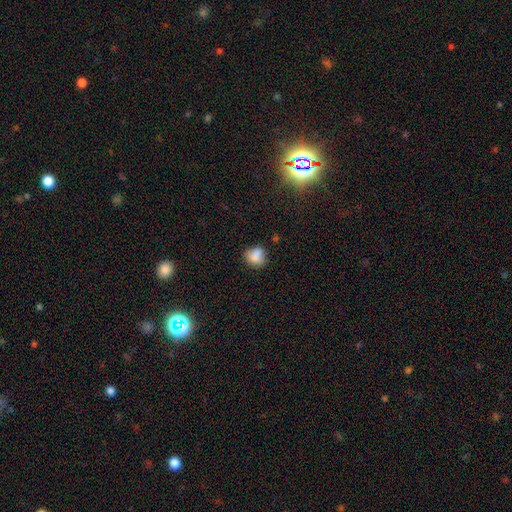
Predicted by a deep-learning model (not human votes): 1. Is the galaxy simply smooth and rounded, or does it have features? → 80% smooth, 10% star or artifact, 9% featured or disk.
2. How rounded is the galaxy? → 73% round, 25% in between, 1% cigar-shaped.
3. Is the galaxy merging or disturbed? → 61% none, 24% minor disturbance, 9% merger, 6% major disturbance.